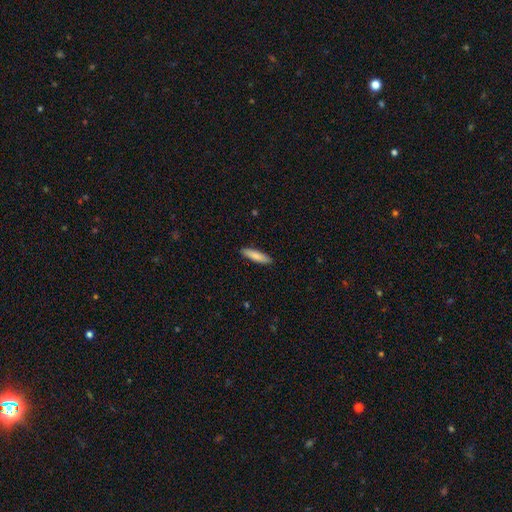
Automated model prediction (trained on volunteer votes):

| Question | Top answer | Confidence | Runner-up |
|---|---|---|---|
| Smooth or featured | smooth | 83% | featured or disk (12%) |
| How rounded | cigar-shaped | 76% | in between (22%) |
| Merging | none | 90% | minor disturbance (7%) |